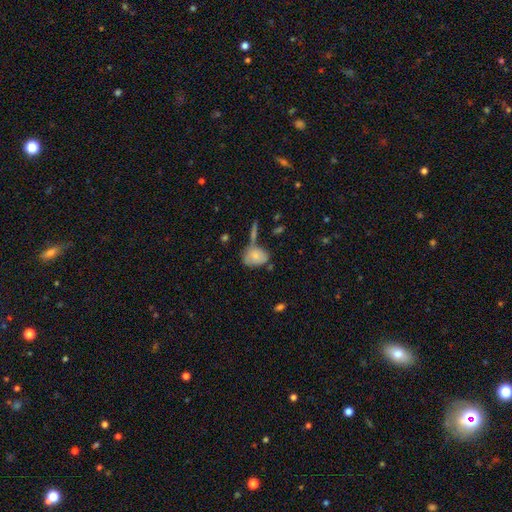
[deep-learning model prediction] A smooth galaxy with no disk features (74%) that is in between round and cigar-shaped (68%). Merging: none (48%).